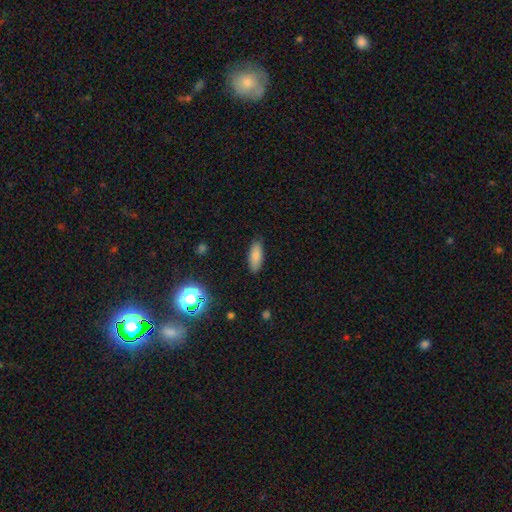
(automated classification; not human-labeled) Q: Smooth or featured?
A: smooth (84%); runner-up: star or artifact (9%)
Q: How rounded?
A: in between (68%); runner-up: cigar-shaped (29%)
Q: Merging?
A: none (86%); runner-up: minor disturbance (11%)